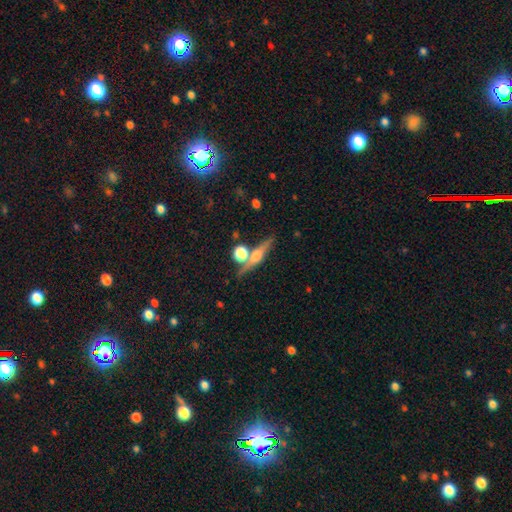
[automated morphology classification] Smooth or featured? Predicted: featured or disk (p=0.60). Edge-on disk? Predicted: yes (p=0.93). Edge-on bulge? Predicted: rounded (p=0.86). Merging? Predicted: none (p=0.71).